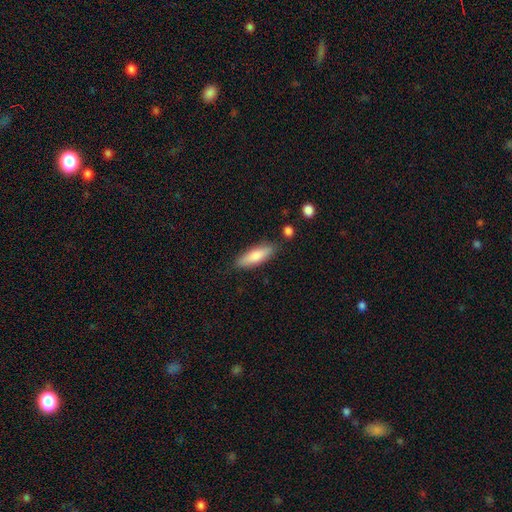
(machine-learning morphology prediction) A smooth galaxy with no disk features (76%) that is cigar-shaped (52%). Merging: none (84%).